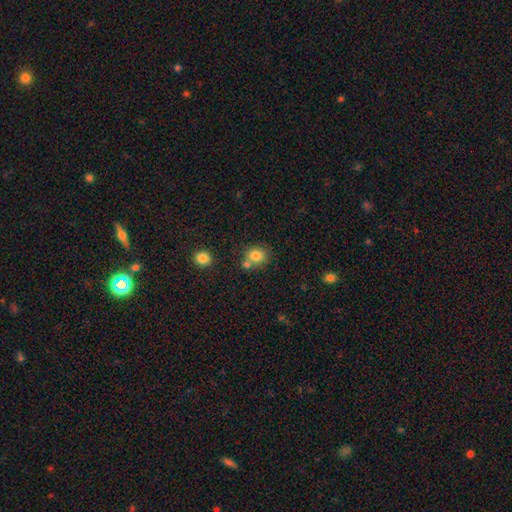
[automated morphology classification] smooth 81%, star or artifact 11%, featured or disk 8%. Down the decision tree: how rounded — round (69%); merging — none (59%).